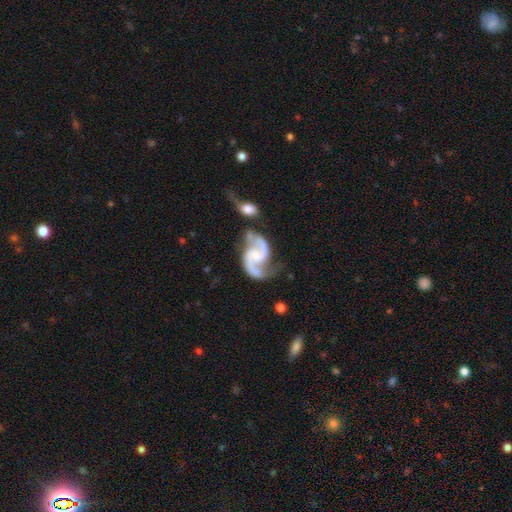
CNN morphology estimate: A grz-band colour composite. It shows a featured or disk galaxy (93%) with no bar (44%), 2 (94%) medium (53%) spiral arms (98%) and no central bulge (41%). Merging: none (51%).